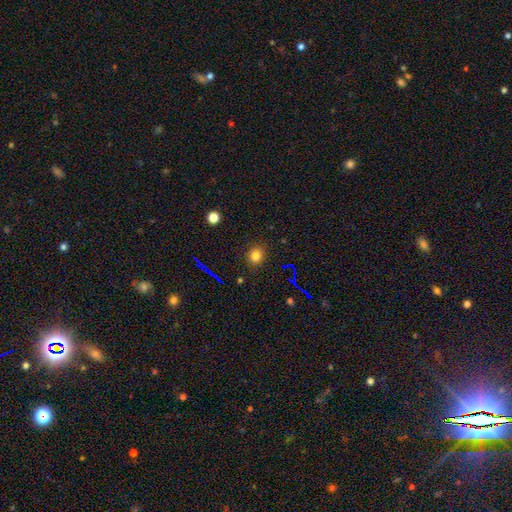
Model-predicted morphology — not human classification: Smooth or featured? Predicted: smooth (p=0.77). How rounded? Predicted: round (p=0.64). Merging? Predicted: none (p=0.88).